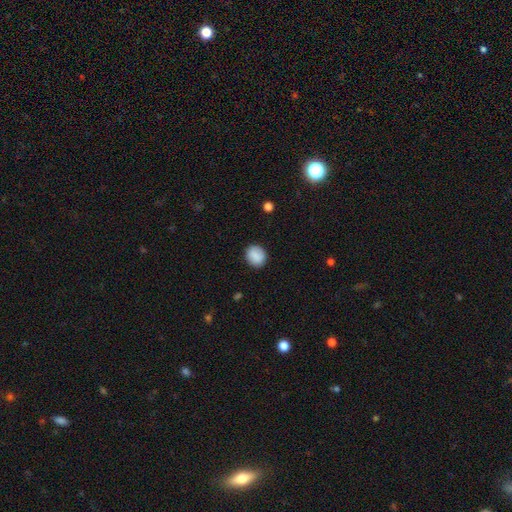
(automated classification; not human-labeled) This appears to be a smooth galaxy with no disk features (88%) that is round (69%). Merging: none (88%).